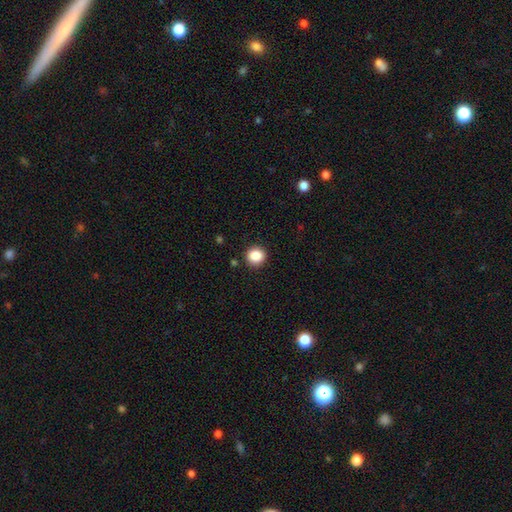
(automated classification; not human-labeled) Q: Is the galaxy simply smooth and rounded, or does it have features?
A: smooth — 86%.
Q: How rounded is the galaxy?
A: round — 90%.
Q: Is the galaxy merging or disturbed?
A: none — 90%.